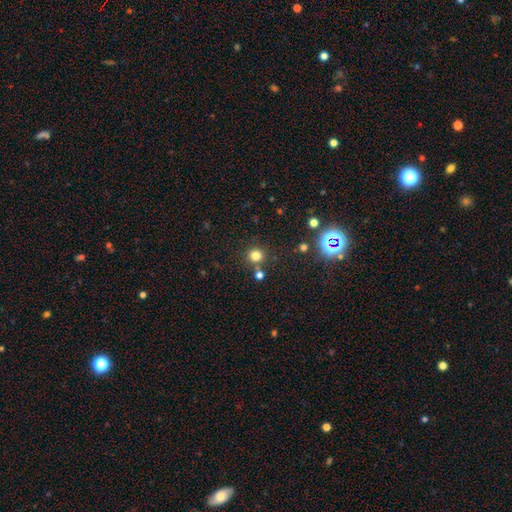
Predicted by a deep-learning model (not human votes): smooth-or-featured: smooth: 77% | star or artifact: 18% | featured or disk: 5%
  how-rounded: round: 91% | in between: 8% | cigar-shaped: 1%
  merging: none: 79% | merger: 11% | minor disturbance: 8% | major disturbance: 3%